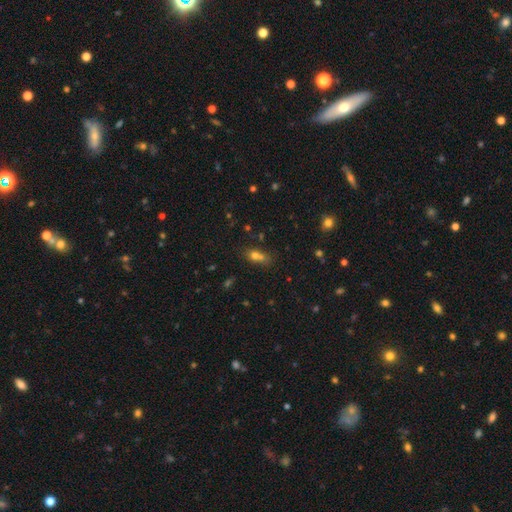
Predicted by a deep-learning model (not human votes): Smooth or featured?
  - smooth: 68% *
  - star or artifact: 18%
  - featured or disk: 14%
How rounded?
  - in between: 50% *
  - round: 45%
  - cigar-shaped: 6%
Merging?
  - merger: 46% *
  - none: 35%
  - minor disturbance: 12%
  - major disturbance: 6%